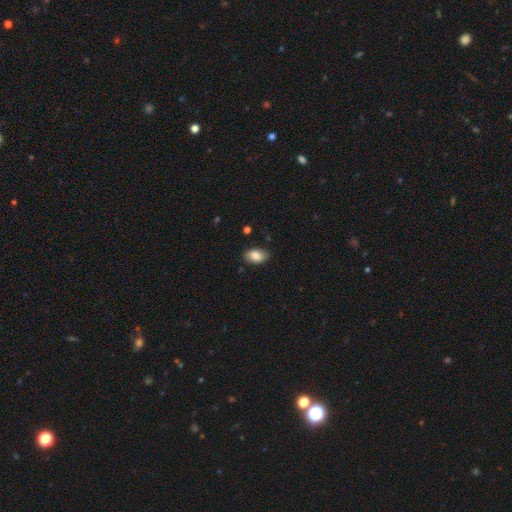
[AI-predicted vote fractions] smooth_or_featured: smooth (p=0.84) [alt: featured or disk p=0.09]
how_rounded: in between (p=0.92) [alt: round p=0.06]
merging: none (p=0.80) [alt: minor disturbance p=0.16]